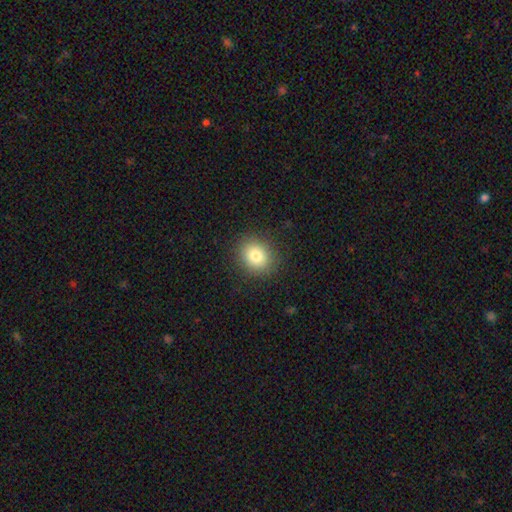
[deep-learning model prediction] Smooth or featured? smooth (81%)
How rounded? round (68%)
Merging? none (88%)